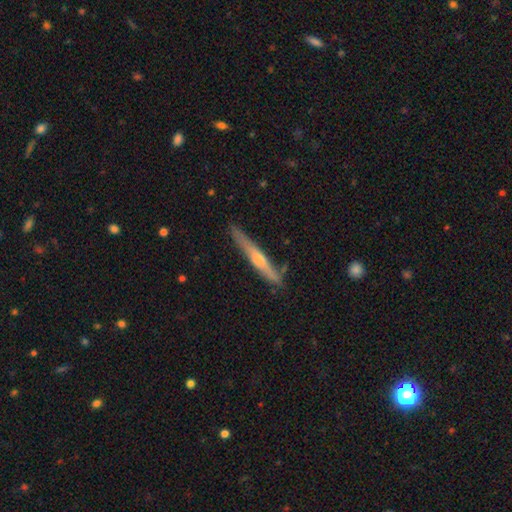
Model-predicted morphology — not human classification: type=featured or disk (66%); edge-on=yes (96%); edge-on bulge=rounded (80%); merging=none (82%).